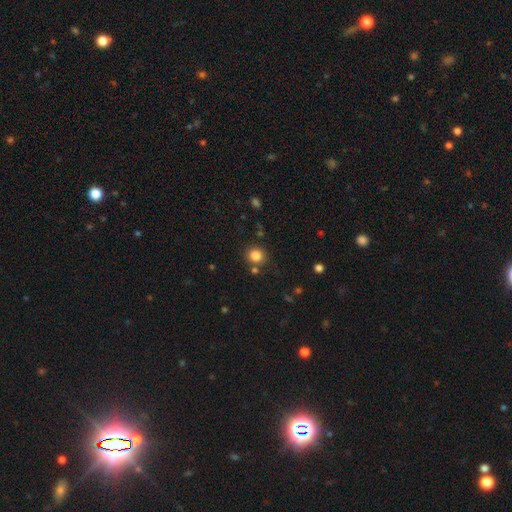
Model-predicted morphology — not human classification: smooth-or-featured: smooth: 83% | star or artifact: 12% | featured or disk: 5%
  how-rounded: round: 89% | in between: 10% | cigar-shaped: 1%
  merging: none: 82% | minor disturbance: 8% | merger: 7% | major disturbance: 3%